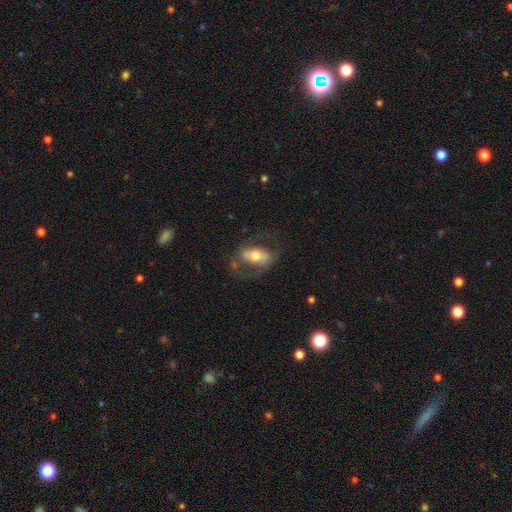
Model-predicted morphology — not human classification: smooth 48%, featured or disk 45%, star or artifact 7%. Down the decision tree: merging — none (57%).